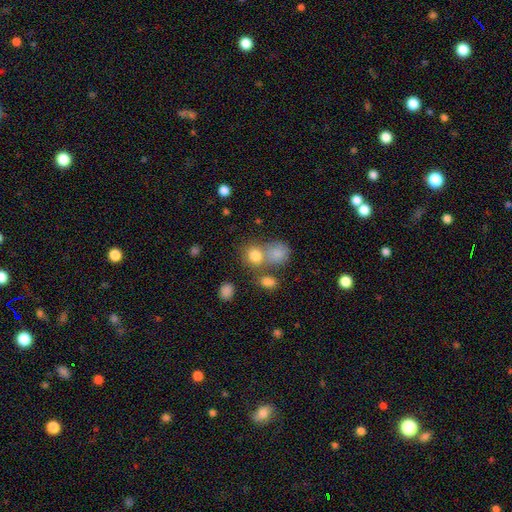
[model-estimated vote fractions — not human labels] Smooth or featured: smooth — 79% (star or artifact — 12%)
How rounded: round — 73% (in between — 26%)
Merging: none — 49% (merger — 36%)